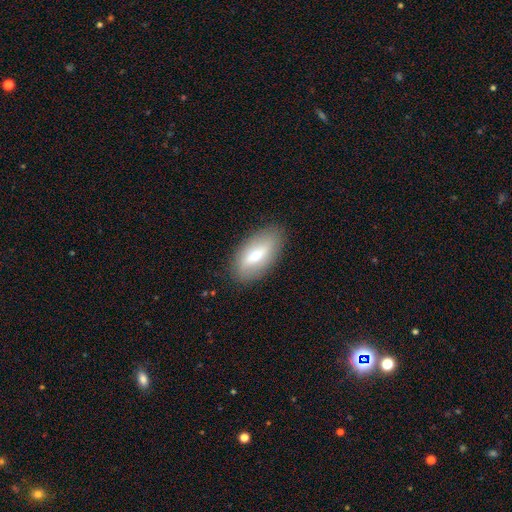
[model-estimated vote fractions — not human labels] smooth-or-featured: smooth: 48% | featured or disk: 44% | star or artifact: 7%
  merging: none: 86% | minor disturbance: 10% | major disturbance: 3% | merger: 1%